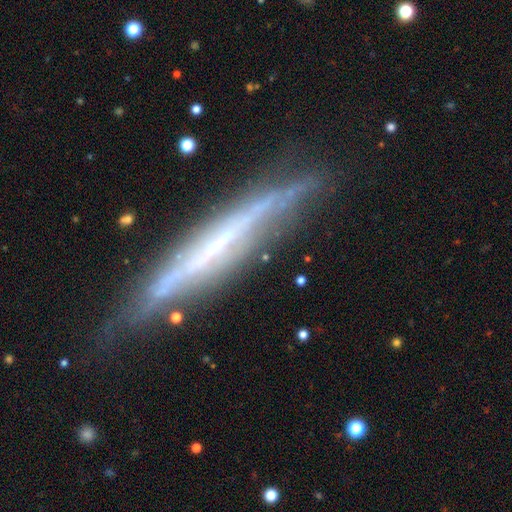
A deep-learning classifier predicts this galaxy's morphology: Smooth or featured?
  - featured or disk: 81% *
  - smooth: 13%
  - star or artifact: 7%
Edge-on disk?
  - yes: 92% *
  - no: 8%
Edge-on bulge?
  - none: 63% *
  - rounded: 29%
  - boxy: 8%
Merging?
  - none: 80% *
  - minor disturbance: 15%
  - major disturbance: 3%
  - merger: 2%